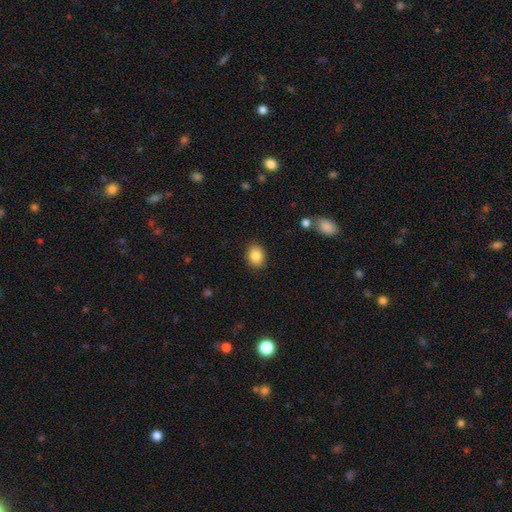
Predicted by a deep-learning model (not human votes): A smooth galaxy with no disk features (86%) that is in between round and cigar-shaped (58%).

Vote fractions:
- Smooth or featured? smooth: 86% / star or artifact: 8% / featured or disk: 6%
- How rounded? in between: 58% / round: 41% / cigar-shaped: 1%
- Merging? none: 88% / minor disturbance: 9% / major disturbance: 2% / merger: 1%